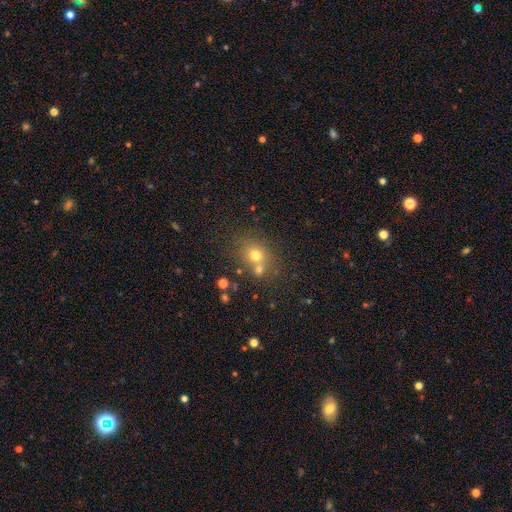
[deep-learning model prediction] Morphology: type=smooth (69%); roundness=round (68%); merging=none (55%).